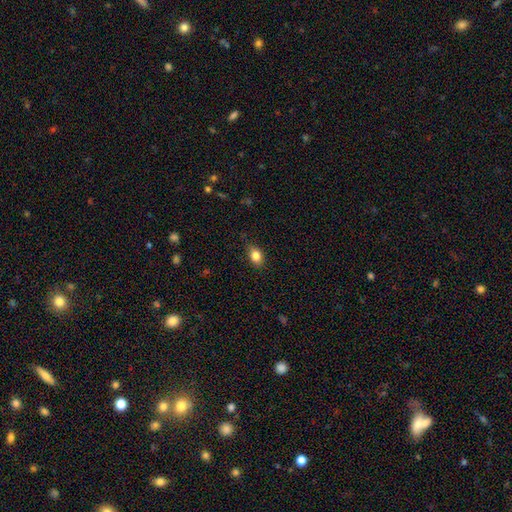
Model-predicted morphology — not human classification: Q: Smooth or featured?
A: smooth (84%); runner-up: star or artifact (9%)
Q: How rounded?
A: in between (75%); runner-up: round (23%)
Q: Merging?
A: none (81%); runner-up: minor disturbance (15%)